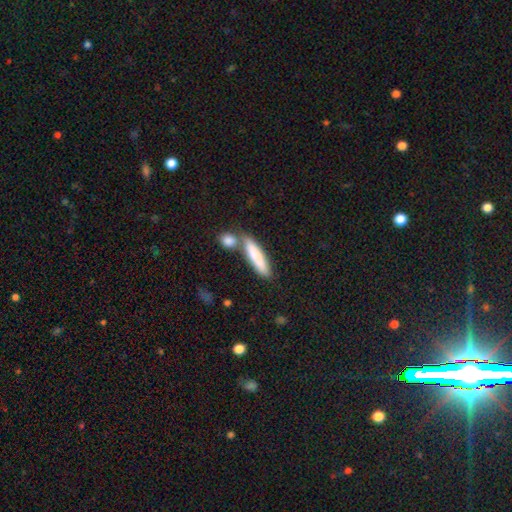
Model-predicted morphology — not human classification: Smooth or featured: smooth — 76% (featured or disk — 19%)
How rounded: cigar-shaped — 80% (in between — 18%)
Merging: none — 59% (merger — 25%)